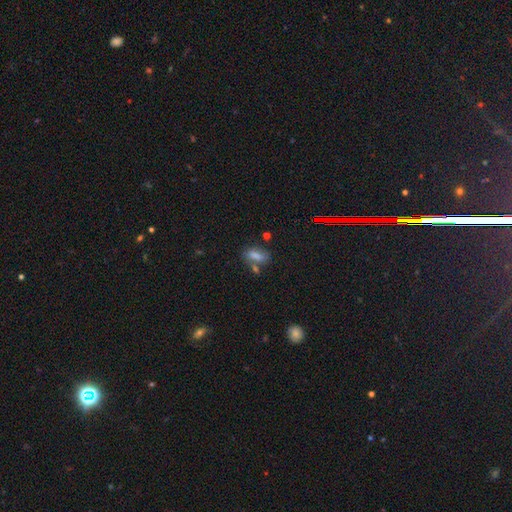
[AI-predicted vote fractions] Smooth or featured?
  - smooth: 74% *
  - featured or disk: 13%
  - star or artifact: 13%
How rounded?
  - in between: 79% *
  - cigar-shaped: 13%
  - round: 8%
Merging?
  - none: 57% *
  - minor disturbance: 18%
  - merger: 18%
  - major disturbance: 7%